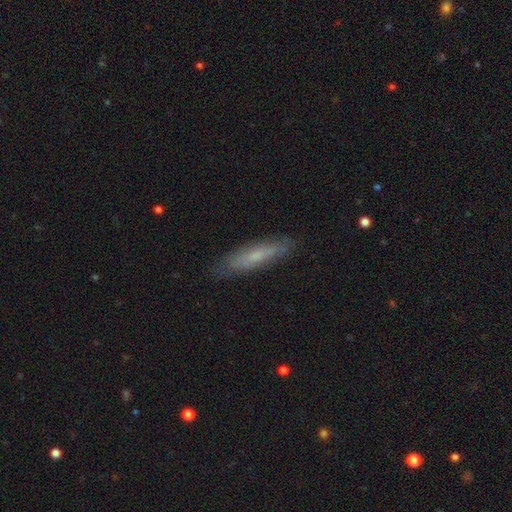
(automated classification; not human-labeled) Smooth or featured?
  - smooth: 58% *
  - featured or disk: 35%
  - star or artifact: 7%
How rounded?
  - cigar-shaped: 79% *
  - in between: 19%
  - round: 2%
Merging?
  - none: 83% *
  - minor disturbance: 13%
  - major disturbance: 3%
  - merger: 1%